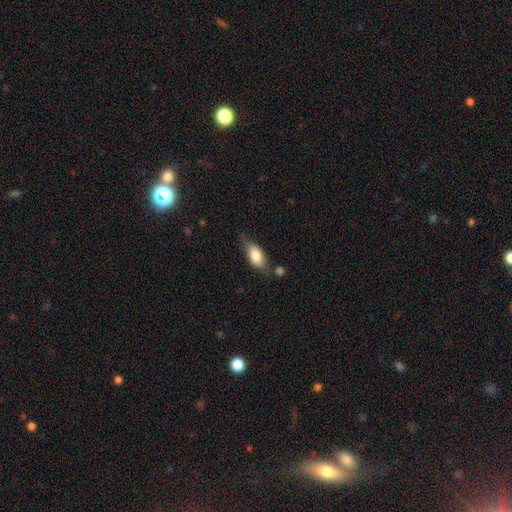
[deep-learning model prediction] Smooth or featured: smooth — 72% (featured or disk — 21%)
How rounded: in between — 83% (cigar-shaped — 12%)
Merging: none — 52% (minor disturbance — 27%)